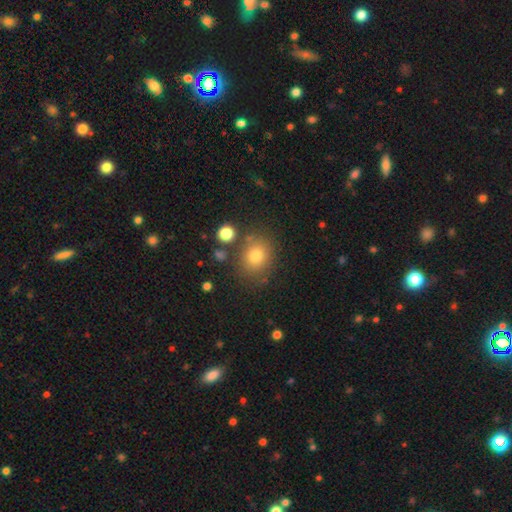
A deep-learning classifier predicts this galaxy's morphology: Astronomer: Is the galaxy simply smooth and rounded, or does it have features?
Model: smooth — 78%.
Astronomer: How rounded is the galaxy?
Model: round — 62%.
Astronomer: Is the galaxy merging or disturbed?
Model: none — 75%.